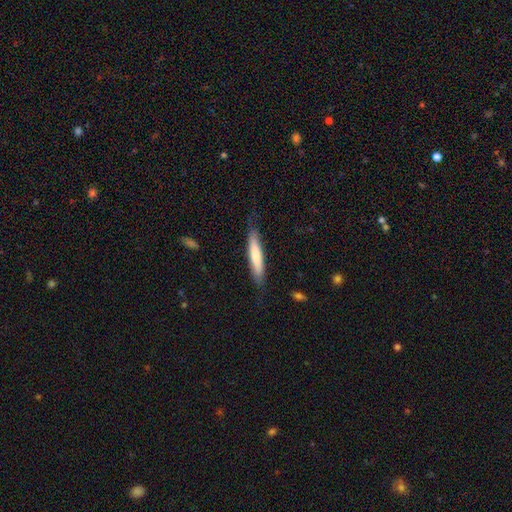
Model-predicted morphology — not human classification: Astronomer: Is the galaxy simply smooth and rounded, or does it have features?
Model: smooth — 73%.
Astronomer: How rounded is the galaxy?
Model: cigar-shaped — 88%.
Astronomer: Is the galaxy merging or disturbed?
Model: none — 78%.